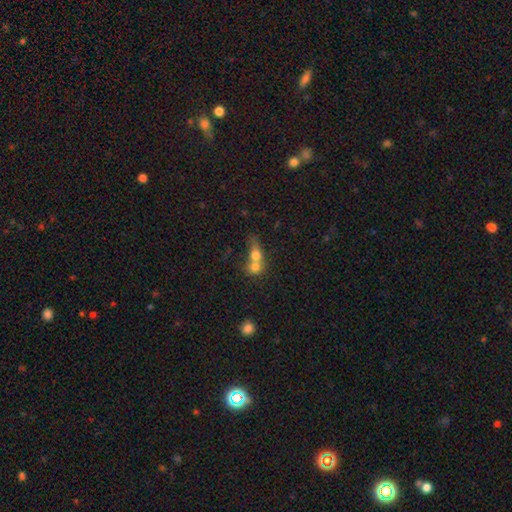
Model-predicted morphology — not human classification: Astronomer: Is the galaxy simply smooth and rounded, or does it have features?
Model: smooth — 69%.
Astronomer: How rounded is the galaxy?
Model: round — 63%.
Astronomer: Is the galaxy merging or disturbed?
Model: merger — 73%.